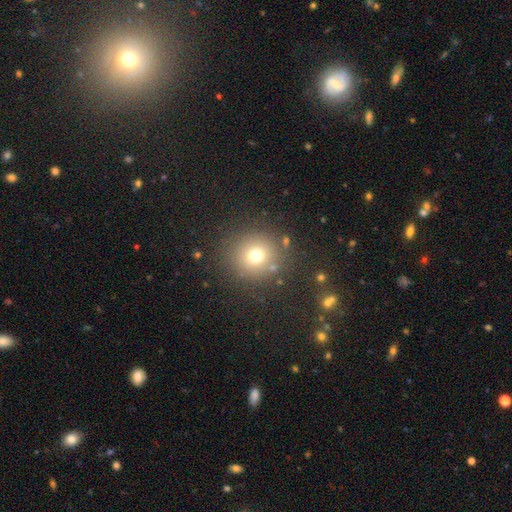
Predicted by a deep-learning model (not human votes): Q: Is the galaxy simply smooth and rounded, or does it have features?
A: smooth — 71%.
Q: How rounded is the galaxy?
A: round — 91%.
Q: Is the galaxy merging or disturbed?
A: none — 83%.